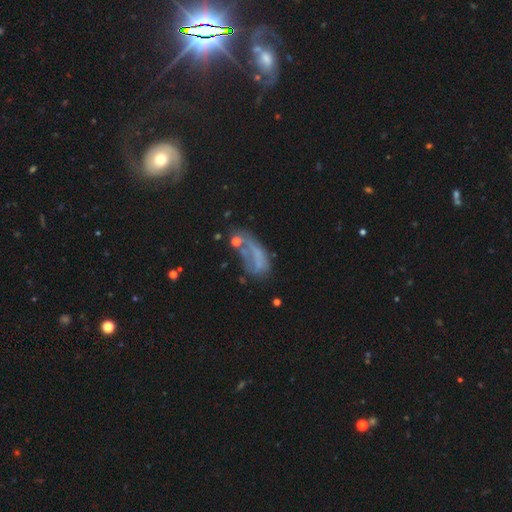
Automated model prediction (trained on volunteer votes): Smooth or featured? featured or disk (43%)
Merging? major disturbance (39%)